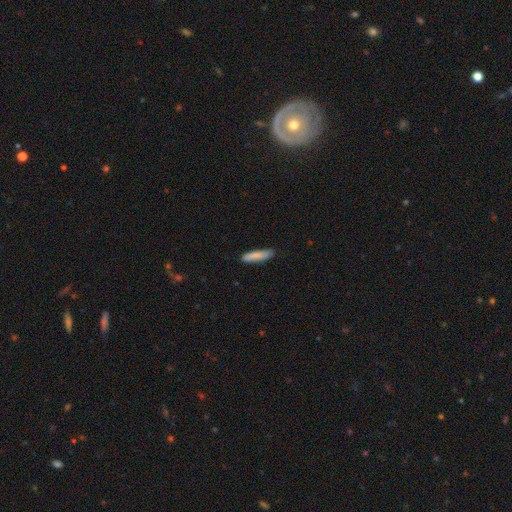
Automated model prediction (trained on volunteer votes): Smooth or featured? smooth (84%)
How rounded? cigar-shaped (82%)
Merging? none (83%)